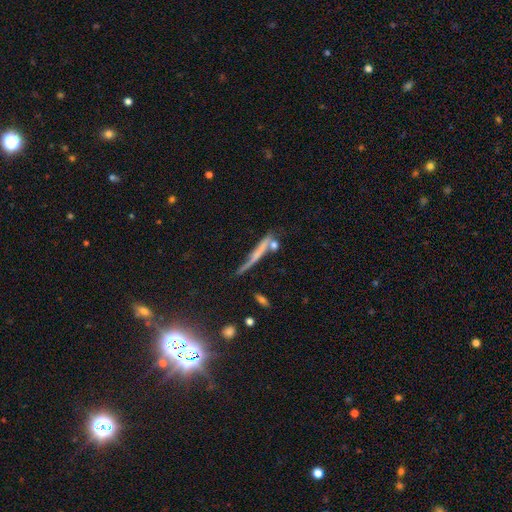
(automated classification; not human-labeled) smooth-or-featured: featured or disk: 49% | smooth: 33% | star or artifact: 19%
  merging: none: 57% | minor disturbance: 18% | merger: 16% | major disturbance: 9%